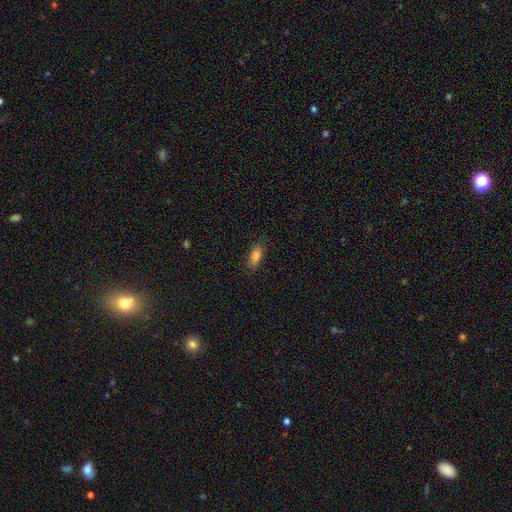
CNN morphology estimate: smooth-or-featured: smooth: 85% | star or artifact: 9% | featured or disk: 7%
  how-rounded: in between: 82% | cigar-shaped: 15% | round: 3%
  merging: none: 83% | minor disturbance: 13% | major disturbance: 3% | merger: 1%